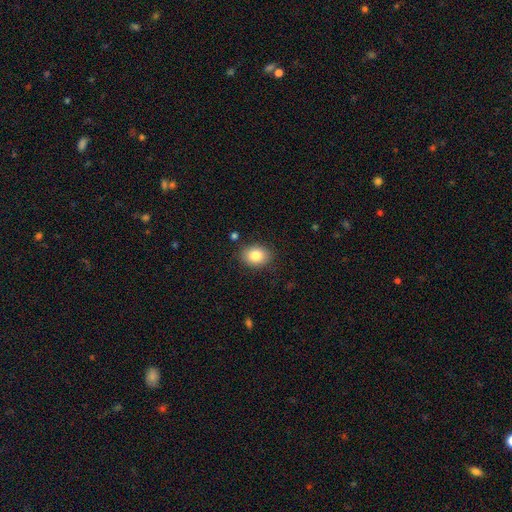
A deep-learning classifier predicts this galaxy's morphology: Smooth or featured? smooth (84%)
How rounded? in between (61%)
Merging? none (86%)